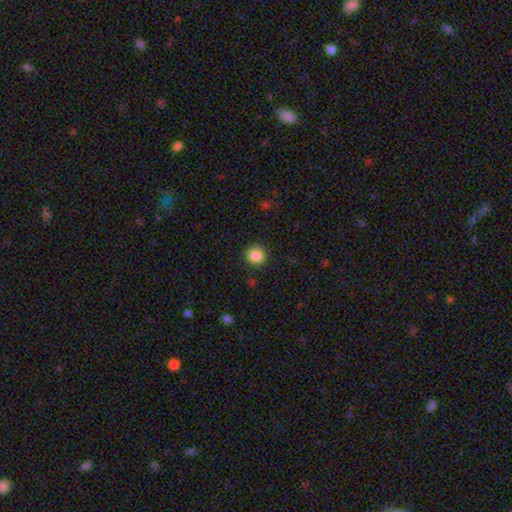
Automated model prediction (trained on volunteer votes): Overall: smooth (86%). How rounded: round (87%). Merging: none (88%).